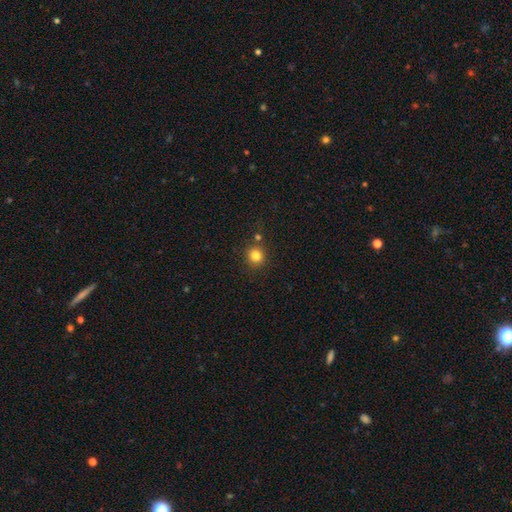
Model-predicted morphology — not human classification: smooth-or-featured: smooth: 82% | star or artifact: 13% | featured or disk: 5%
  how-rounded: round: 90% | in between: 9% | cigar-shaped: 1%
  merging: none: 80% | minor disturbance: 9% | merger: 8% | major disturbance: 3%